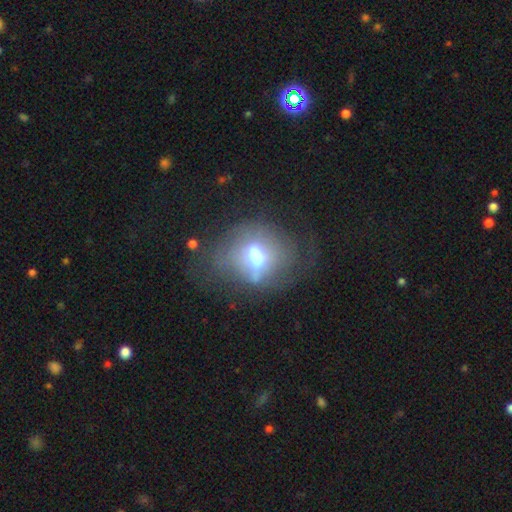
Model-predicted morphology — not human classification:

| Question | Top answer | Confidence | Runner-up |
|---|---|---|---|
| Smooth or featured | smooth | 45% | featured or disk (42%) |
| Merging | none | 41% | major disturbance (31%) |